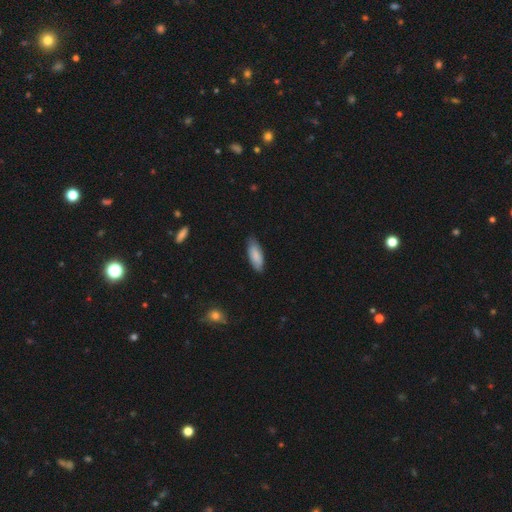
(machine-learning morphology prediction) This appears to be a smooth galaxy with no disk features (83%) that is in between round and cigar-shaped (72%). Merging: none (82%).